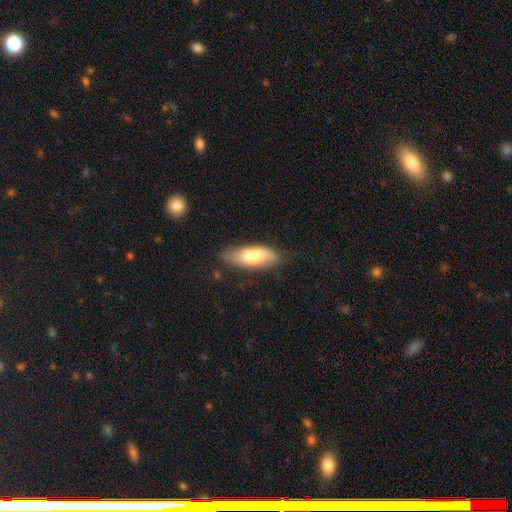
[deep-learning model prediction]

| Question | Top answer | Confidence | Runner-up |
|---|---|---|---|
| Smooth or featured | smooth | 61% | featured or disk (32%) |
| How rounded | in between | 68% | cigar-shaped (30%) |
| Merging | none | 63% | minor disturbance (23%) |